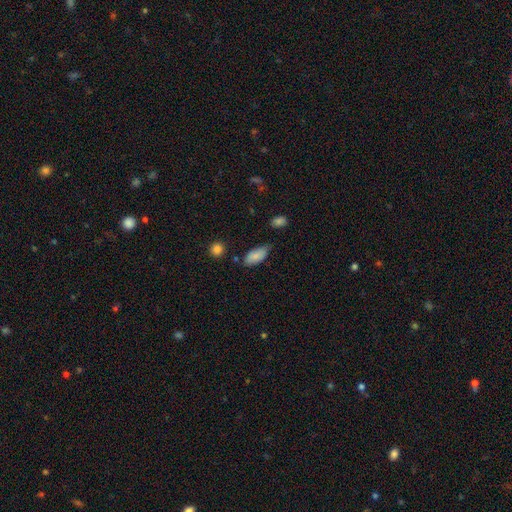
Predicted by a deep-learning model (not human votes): This appears to be a smooth galaxy with no disk features (83%) that is in between round and cigar-shaped (91%). Merging: none (60%).